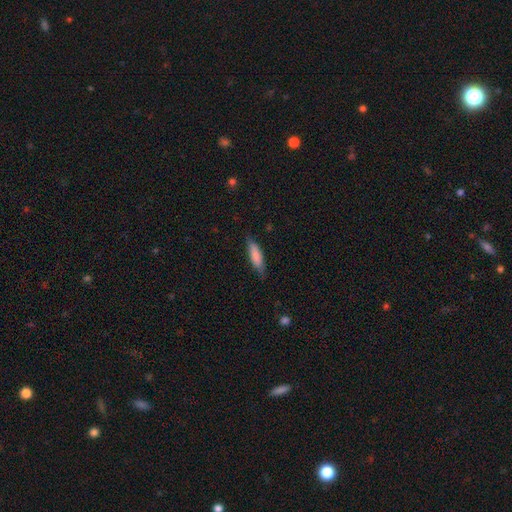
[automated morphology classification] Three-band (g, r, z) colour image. It shows a smooth galaxy with no disk features (80%) that is cigar-shaped (58%). Merging: none (75%).